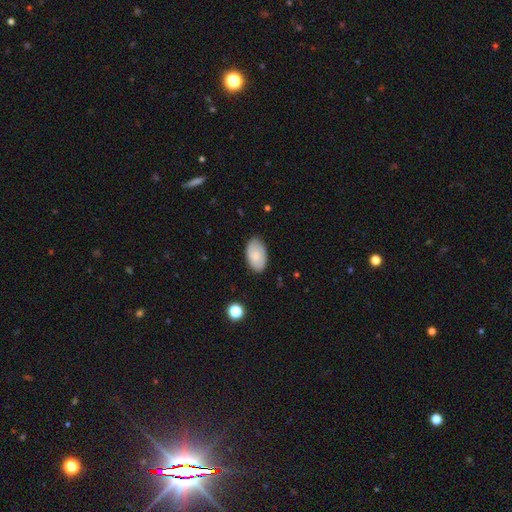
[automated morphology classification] Overall: smooth (74%). How rounded: in between (93%). Merging: none (83%).